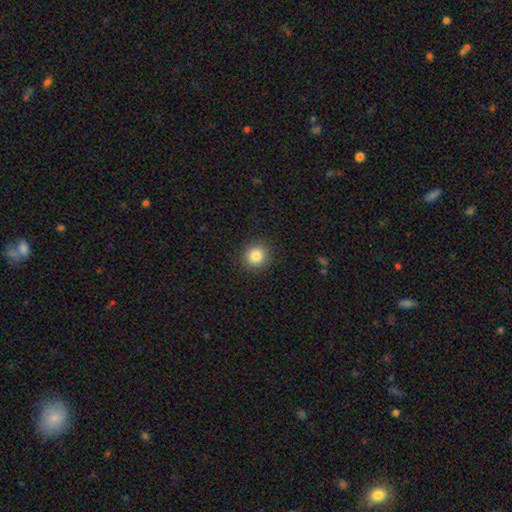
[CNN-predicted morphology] Smooth or featured: smooth — 84% (star or artifact — 10%)
How rounded: round — 90% (in between — 9%)
Merging: none — 90% (minor disturbance — 6%)